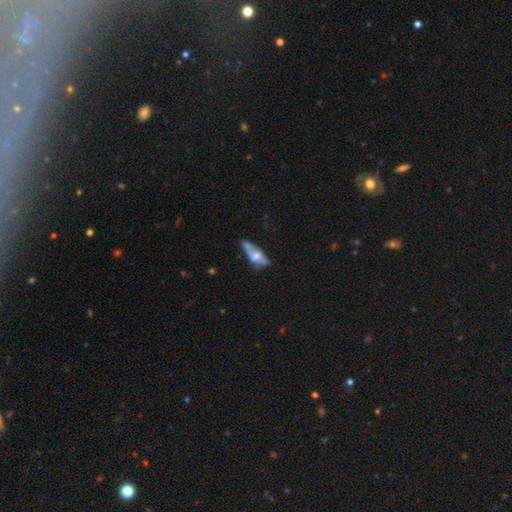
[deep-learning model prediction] This is possibly a featured or disk galaxy (47%). Merging: marginally none (34%).